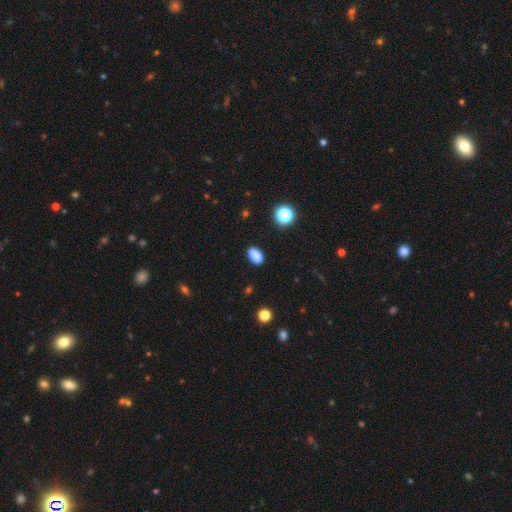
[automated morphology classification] Q: Smooth or featured?
A: smooth (85%); runner-up: star or artifact (11%)
Q: How rounded?
A: in between (90%); runner-up: round (8%)
Q: Merging?
A: none (85%); runner-up: minor disturbance (11%)